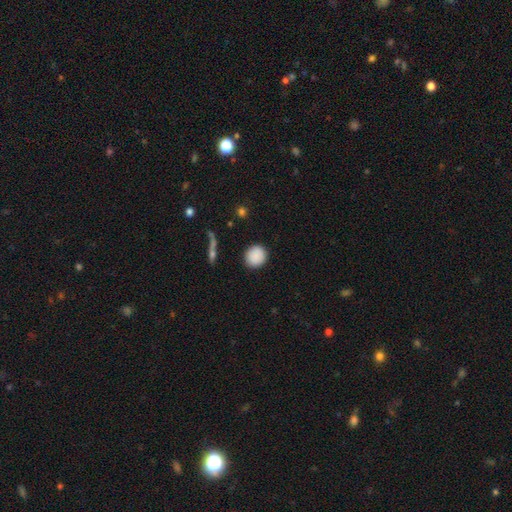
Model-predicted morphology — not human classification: Smooth or featured? Predicted: smooth (p=0.89). How rounded? Predicted: round (p=0.90). Merging? Predicted: none (p=0.90).